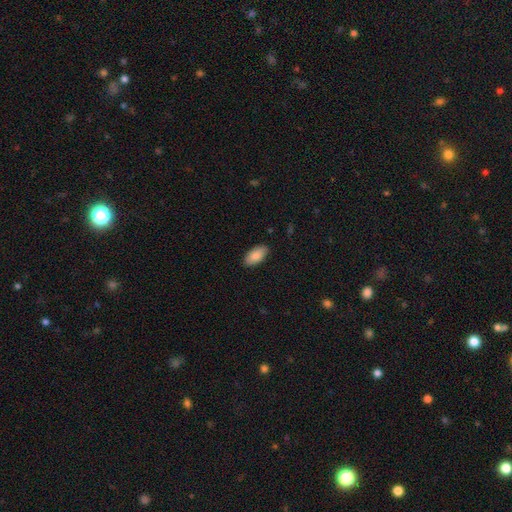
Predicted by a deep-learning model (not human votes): This is clearly a smooth galaxy (87%). How rounded: clearly in between (92%). Merging: clearly none (88%).